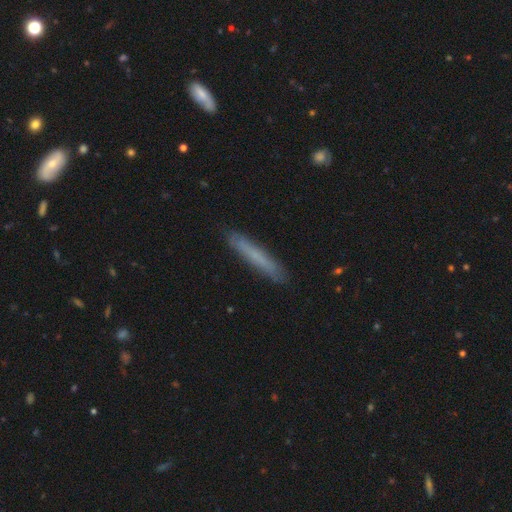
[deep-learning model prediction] This is likely a smooth galaxy (67%). How rounded: clearly cigar-shaped (95%). Merging: clearly none (88%).